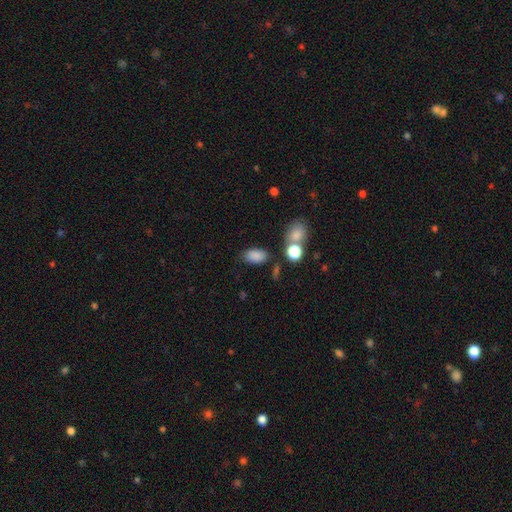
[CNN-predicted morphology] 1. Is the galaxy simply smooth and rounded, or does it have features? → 85% smooth, 10% star or artifact, 5% featured or disk.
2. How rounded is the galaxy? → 90% in between, 8% round, 2% cigar-shaped.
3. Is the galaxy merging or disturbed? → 75% none, 12% minor disturbance, 8% merger, 4% major disturbance.